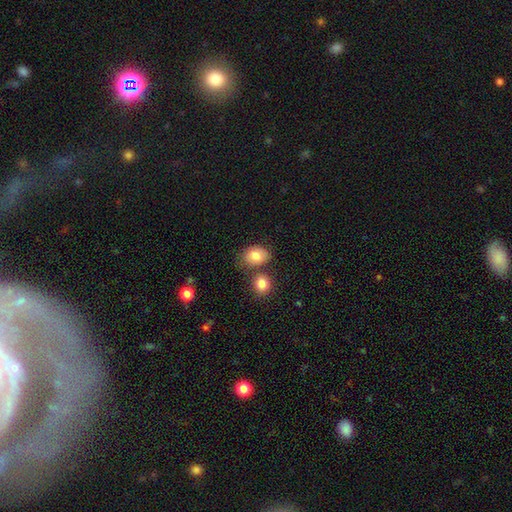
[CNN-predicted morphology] smooth-or-featured: smooth: 82% | featured or disk: 10% | star or artifact: 8%
  how-rounded: in between: 63% | round: 36% | cigar-shaped: 1%
  merging: none: 60% | merger: 20% | minor disturbance: 15% | major disturbance: 4%